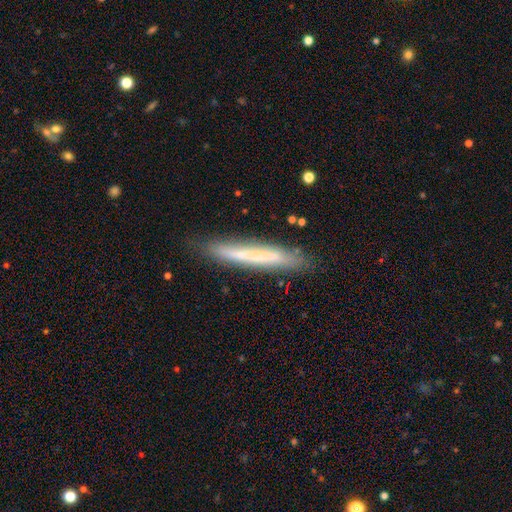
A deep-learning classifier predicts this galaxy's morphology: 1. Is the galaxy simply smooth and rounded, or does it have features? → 53% smooth, 40% featured or disk, 7% star or artifact.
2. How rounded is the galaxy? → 95% cigar-shaped, 3% in between, 1% round.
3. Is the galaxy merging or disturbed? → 83% none, 12% minor disturbance, 2% major disturbance, 2% merger.